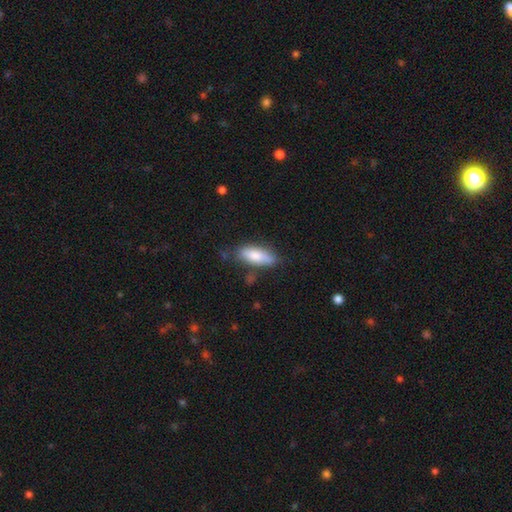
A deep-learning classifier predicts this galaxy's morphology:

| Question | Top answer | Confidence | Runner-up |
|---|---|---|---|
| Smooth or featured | smooth | 78% | featured or disk (16%) |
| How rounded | in between | 66% | cigar-shaped (32%) |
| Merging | none | 70% | minor disturbance (21%) |